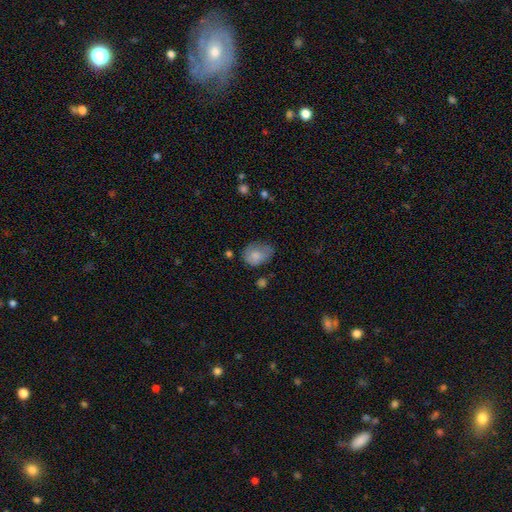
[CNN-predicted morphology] smooth-or-featured: smooth: 76% | featured or disk: 16% | star or artifact: 8%
  how-rounded: in between: 65% | round: 34% | cigar-shaped: 1%
  merging: none: 43% | minor disturbance: 38% | major disturbance: 15% | merger: 3%